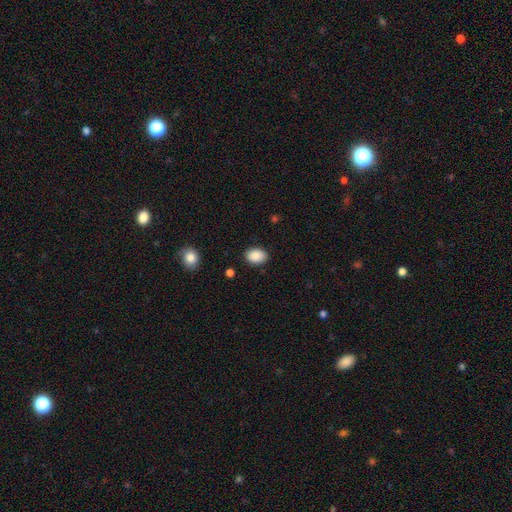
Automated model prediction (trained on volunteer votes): Smooth or featured? smooth (89%)
How rounded? in between (76%)
Merging? none (86%)